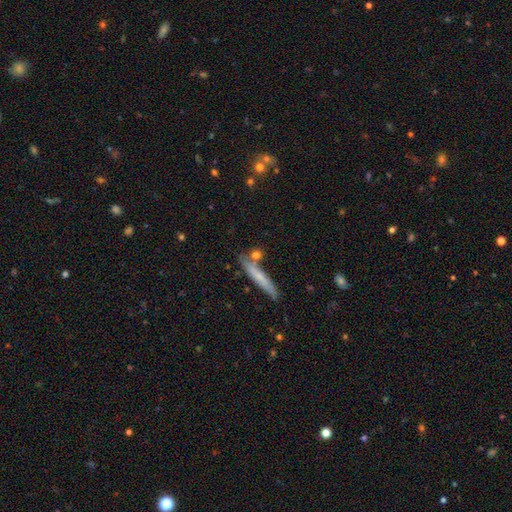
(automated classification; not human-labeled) smooth_or_featured: smooth (p=0.69) [alt: featured or disk p=0.23]
how_rounded: cigar-shaped (p=0.69) [alt: round p=0.19]
merging: none (p=0.71) [alt: merger p=0.13]